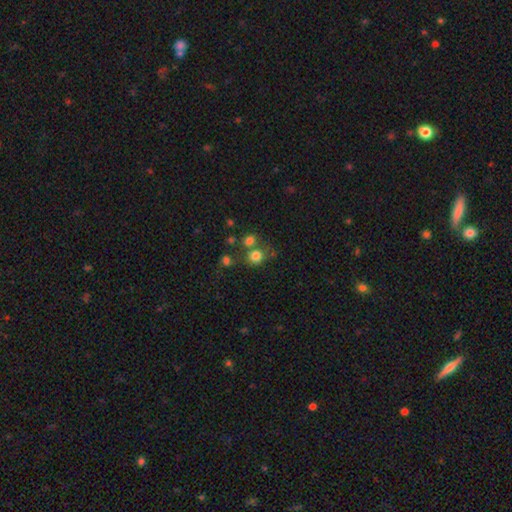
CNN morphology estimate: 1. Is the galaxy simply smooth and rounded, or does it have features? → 77% smooth, 15% star or artifact, 8% featured or disk.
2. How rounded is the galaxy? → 82% round, 17% in between, 1% cigar-shaped.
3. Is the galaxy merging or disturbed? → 57% none, 27% merger, 11% minor disturbance, 6% major disturbance.